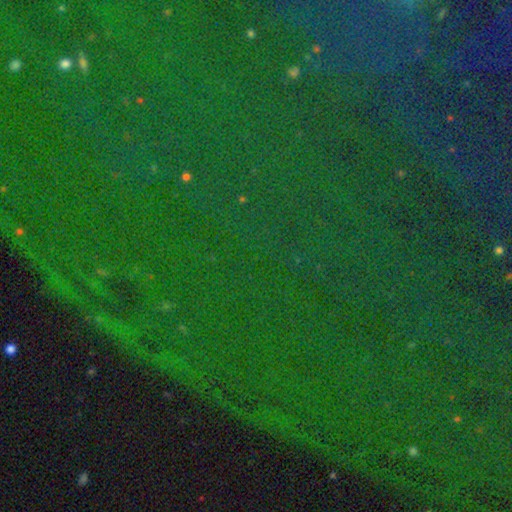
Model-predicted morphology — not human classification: This appears to be a star or artifact, not a galaxy (82%).